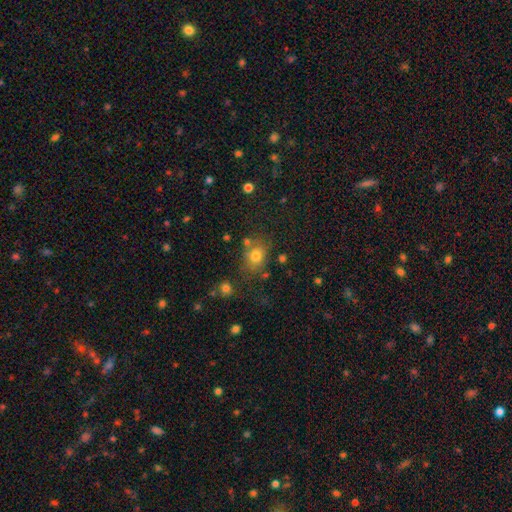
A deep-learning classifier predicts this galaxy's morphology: A smooth galaxy with no disk features (76%) that is round (57%).

Vote fractions:
- Smooth or featured? smooth: 76% / star or artifact: 14% / featured or disk: 10%
- How rounded? round: 57% / in between: 42% / cigar-shaped: 1%
- Merging? none: 68% / minor disturbance: 16% / merger: 10% / major disturbance: 6%